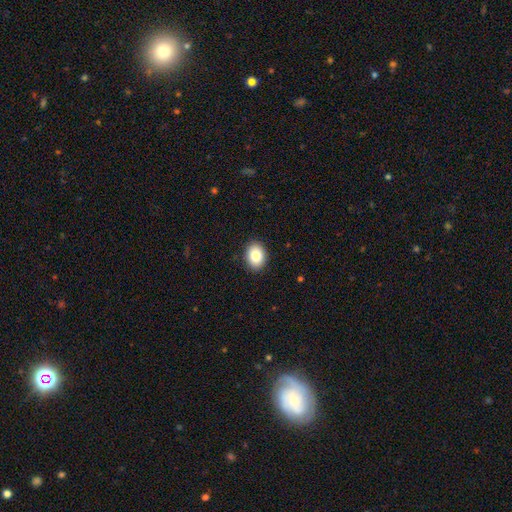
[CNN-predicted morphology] smooth 84%, star or artifact 8%, featured or disk 8%. Down the decision tree: how rounded — in between (63%); merging — none (90%).